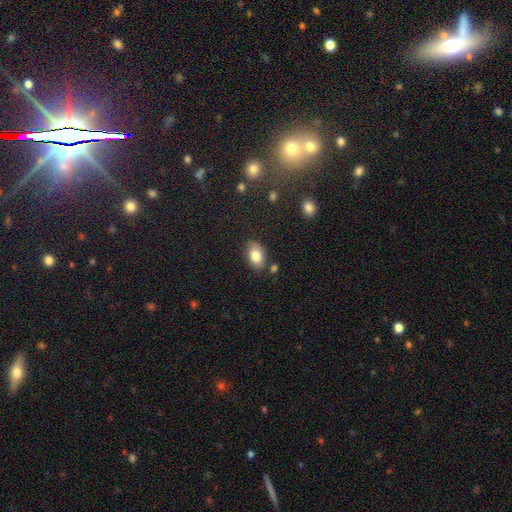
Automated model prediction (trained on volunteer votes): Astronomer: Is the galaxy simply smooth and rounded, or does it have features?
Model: smooth — 83%.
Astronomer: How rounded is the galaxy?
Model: in between — 87%.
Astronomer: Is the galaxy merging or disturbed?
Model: none — 78%.